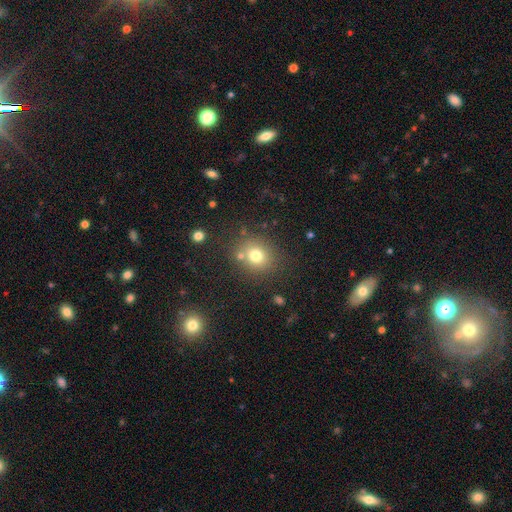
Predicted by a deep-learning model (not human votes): Smooth or featured?
  - smooth: 74% *
  - star or artifact: 15%
  - featured or disk: 11%
How rounded?
  - round: 78% *
  - in between: 21%
  - cigar-shaped: 1%
Merging?
  - none: 76% *
  - minor disturbance: 11%
  - merger: 9%
  - major disturbance: 4%